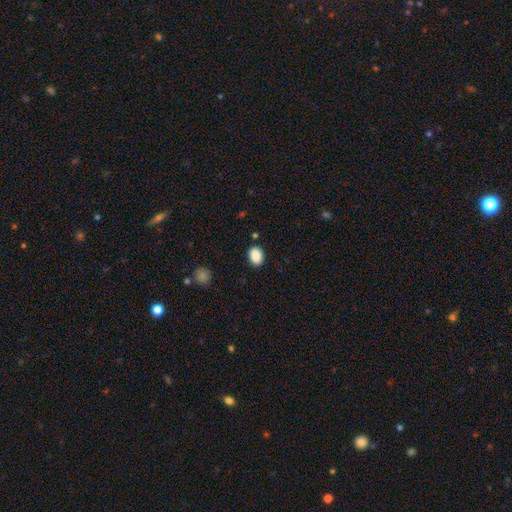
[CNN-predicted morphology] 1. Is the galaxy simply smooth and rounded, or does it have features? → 88% smooth, 8% star or artifact, 4% featured or disk.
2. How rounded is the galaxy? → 71% in between, 27% round, 1% cigar-shaped.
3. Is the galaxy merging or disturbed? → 87% none, 9% minor disturbance, 2% major disturbance, 2% merger.